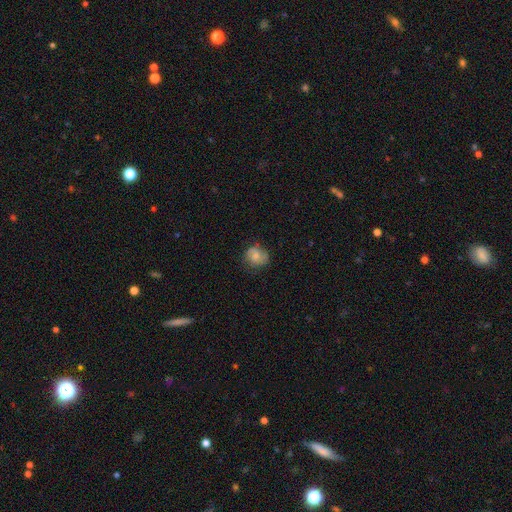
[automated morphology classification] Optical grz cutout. It shows a smooth galaxy with no disk features (64%) that is round (69%). Merging: none (66%).